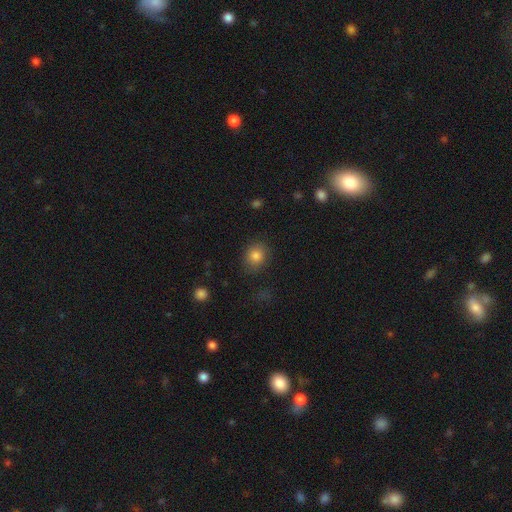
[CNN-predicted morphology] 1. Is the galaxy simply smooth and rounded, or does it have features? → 83% smooth, 11% star or artifact, 6% featured or disk.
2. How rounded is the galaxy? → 74% round, 25% in between, 1% cigar-shaped.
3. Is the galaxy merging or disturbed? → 84% none, 11% minor disturbance, 4% major disturbance, 2% merger.